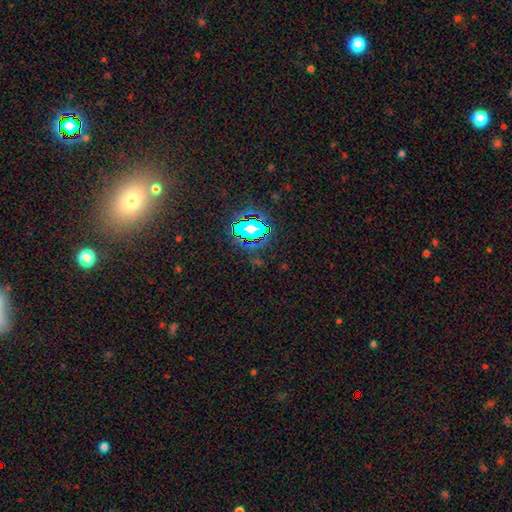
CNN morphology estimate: Overall: star or artifact (75%).